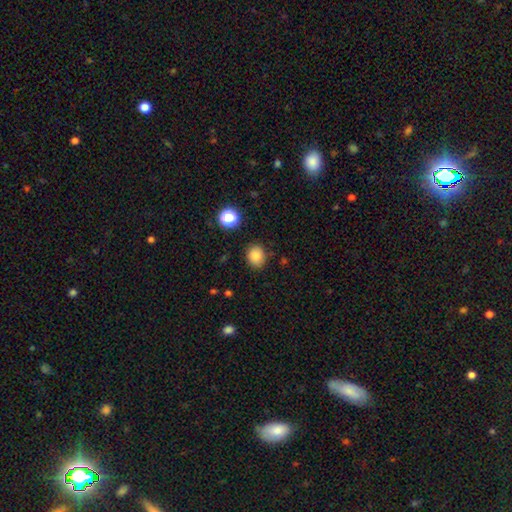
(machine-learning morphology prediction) Smooth or featured? Predicted: smooth (p=0.84). How rounded? Predicted: round (p=0.62). Merging? Predicted: none (p=0.83).